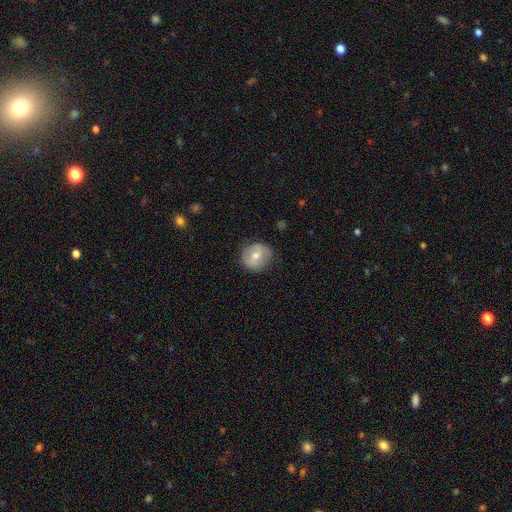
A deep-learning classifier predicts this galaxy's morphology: smooth-or-featured: smooth: 56% | featured or disk: 36% | star or artifact: 7%
  how-rounded: round: 82% | in between: 17% | cigar-shaped: 1%
  merging: none: 82% | minor disturbance: 13% | major disturbance: 4% | merger: 1%